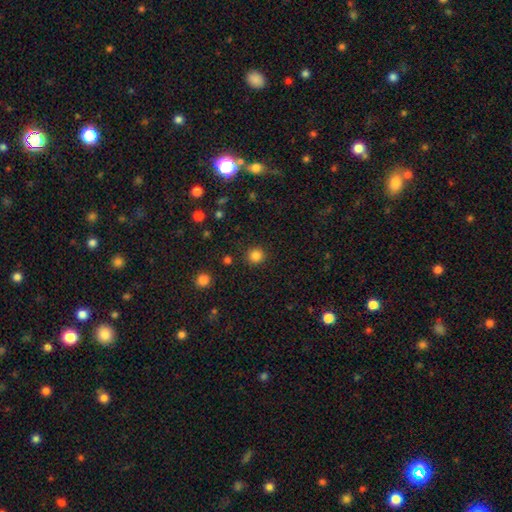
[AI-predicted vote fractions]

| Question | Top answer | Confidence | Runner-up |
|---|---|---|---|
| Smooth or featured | smooth | 84% | star or artifact (12%) |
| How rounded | round | 94% | in between (5%) |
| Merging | none | 91% | minor disturbance (6%) |